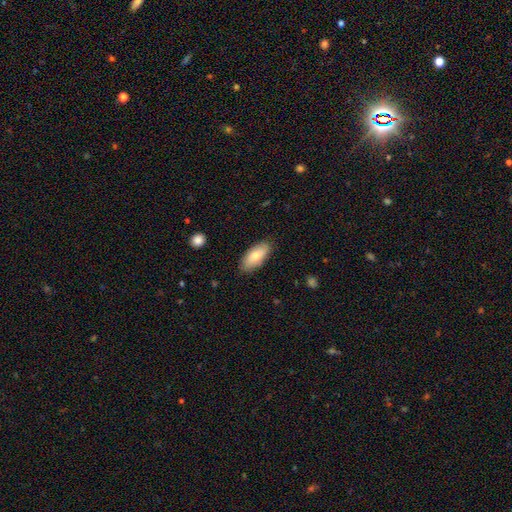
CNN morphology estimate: Q: Smooth or featured?
A: smooth (76%); runner-up: featured or disk (18%)
Q: How rounded?
A: in between (88%); runner-up: cigar-shaped (10%)
Q: Merging?
A: none (85%); runner-up: minor disturbance (11%)